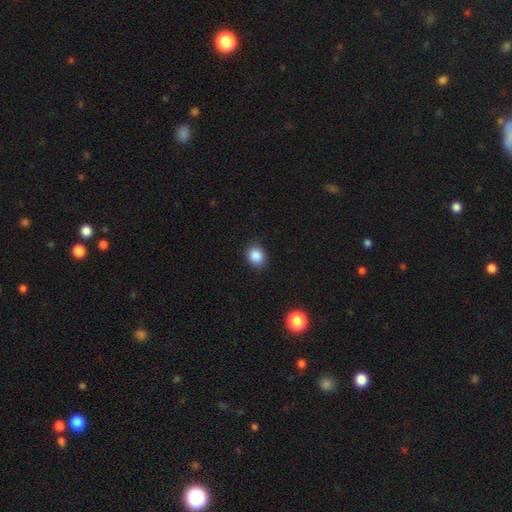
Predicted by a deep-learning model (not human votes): This appears to be a smooth galaxy with no disk features (87%) that is round (57%). Merging: none (85%).